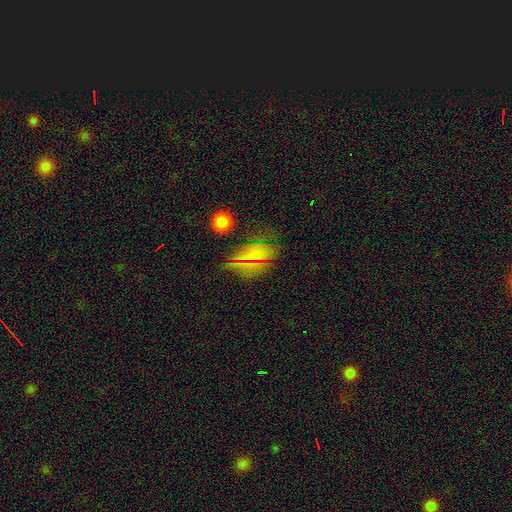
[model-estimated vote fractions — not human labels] Smooth or featured? smooth (57%)
How rounded? in between (69%)
Merging? none (72%)